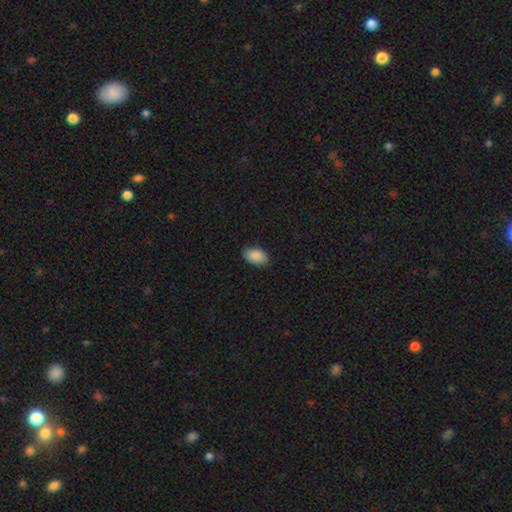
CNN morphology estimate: The model was most divided on "merging": none: 85%, minor disturbance: 12%, major disturbance: 2%, merger: 1%. More confident: how rounded — in between (92%); smooth or featured — smooth (90%).